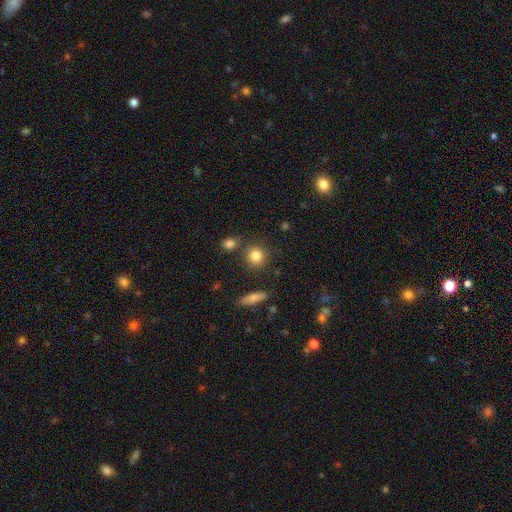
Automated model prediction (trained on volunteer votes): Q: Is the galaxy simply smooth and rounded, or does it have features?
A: smooth — 83%.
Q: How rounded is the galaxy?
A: round — 86%.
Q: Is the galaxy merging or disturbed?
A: none — 78%.